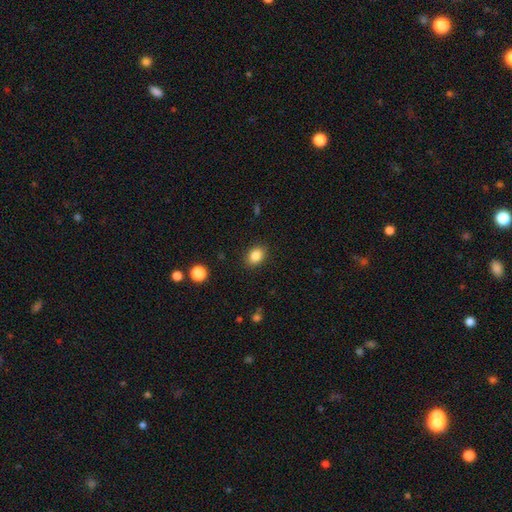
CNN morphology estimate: smooth_or_featured: smooth (p=0.85) [alt: star or artifact p=0.10]
how_rounded: in between (p=0.64) [alt: round p=0.35]
merging: none (p=0.88) [alt: minor disturbance p=0.09]